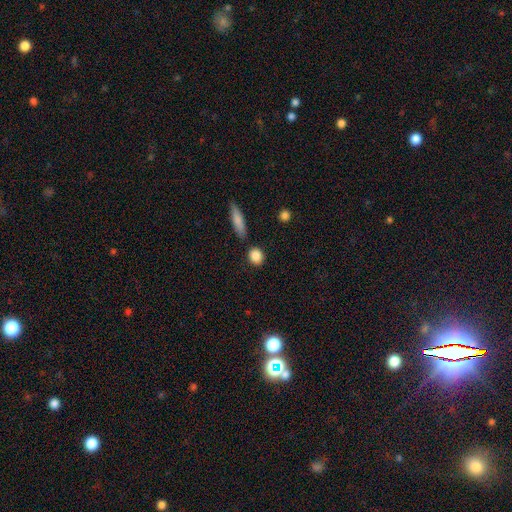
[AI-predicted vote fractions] Overall: smooth (87%). How rounded: round (66%; in between 30%). Merging: none (81%).